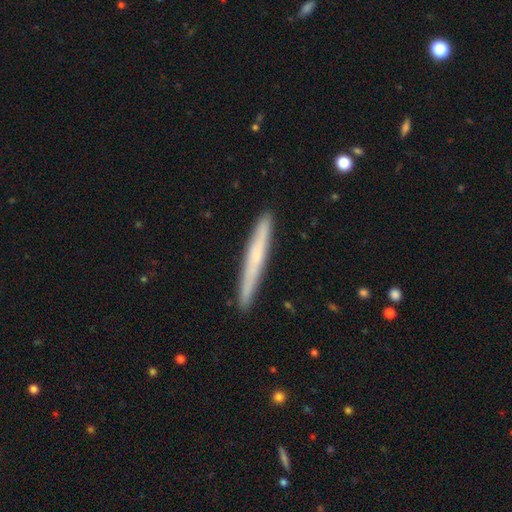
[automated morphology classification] type=smooth (54%); roundness=cigar-shaped (97%); merging=none (91%).